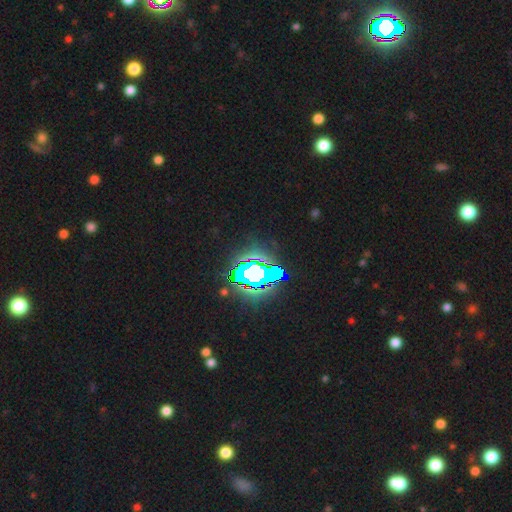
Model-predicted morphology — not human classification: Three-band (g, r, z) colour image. It shows a star or artifact, not a galaxy (79%).